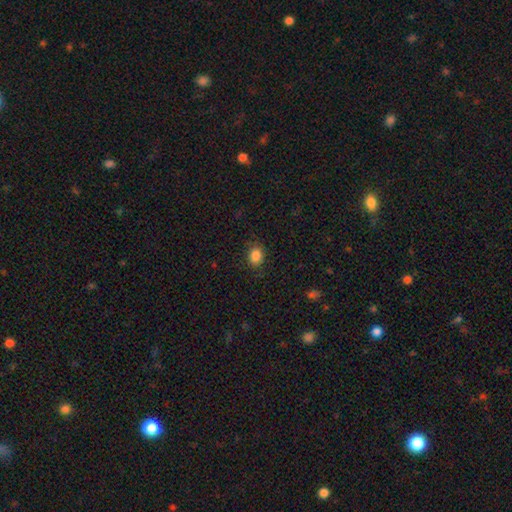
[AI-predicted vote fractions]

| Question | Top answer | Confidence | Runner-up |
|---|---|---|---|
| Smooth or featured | smooth | 86% | star or artifact (10%) |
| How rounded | in between | 57% | round (42%) |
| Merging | none | 84% | minor disturbance (12%) |